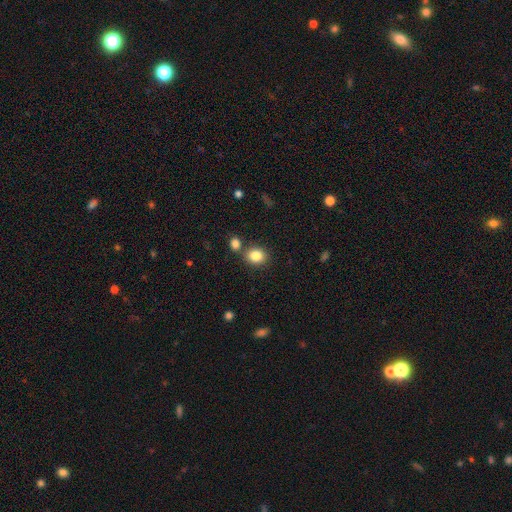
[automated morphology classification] Smooth or featured?
  - smooth: 84% *
  - star or artifact: 10%
  - featured or disk: 6%
How rounded?
  - round: 64% *
  - in between: 35%
  - cigar-shaped: 1%
Merging?
  - none: 71% *
  - merger: 16%
  - minor disturbance: 10%
  - major disturbance: 3%